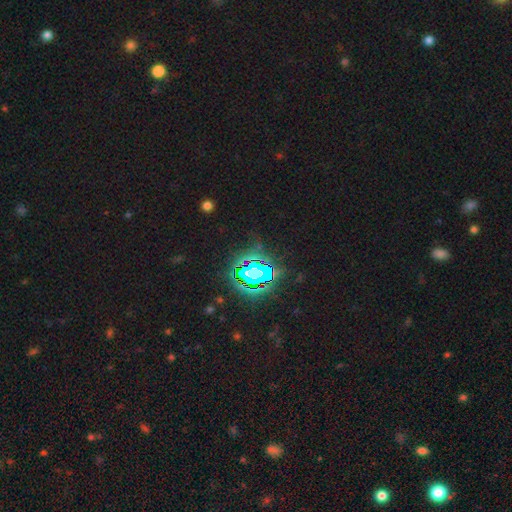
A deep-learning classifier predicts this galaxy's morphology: Smooth or featured? Predicted: star or artifact (p=0.81).